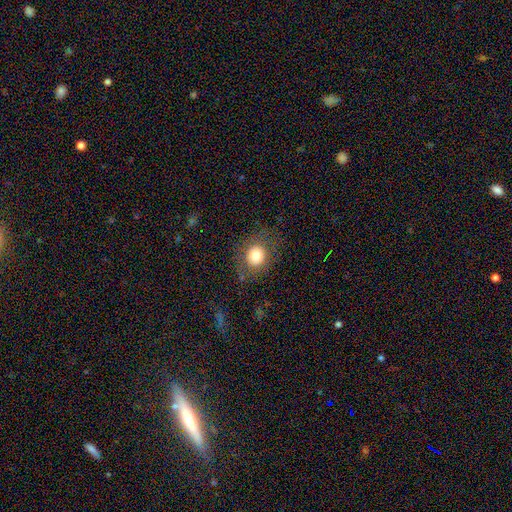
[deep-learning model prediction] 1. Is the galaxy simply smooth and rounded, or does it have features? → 76% smooth, 13% featured or disk, 11% star or artifact.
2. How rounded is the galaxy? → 70% round, 29% in between, 1% cigar-shaped.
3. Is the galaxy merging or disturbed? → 79% none, 12% minor disturbance, 7% major disturbance, 2% merger.